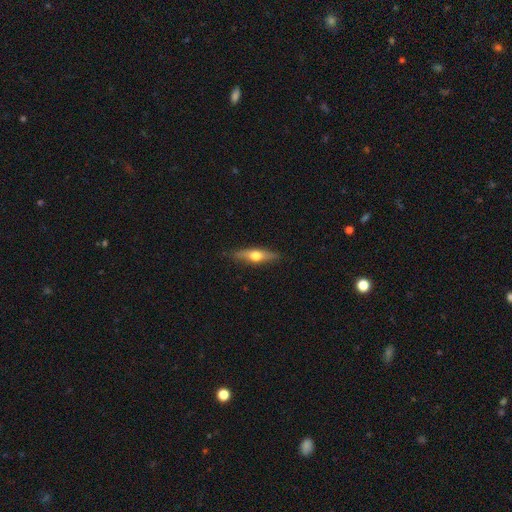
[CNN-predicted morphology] This is possibly a featured or disk galaxy (53%). It is clearly viewed edge-on (92%). Merging: clearly none (86%).